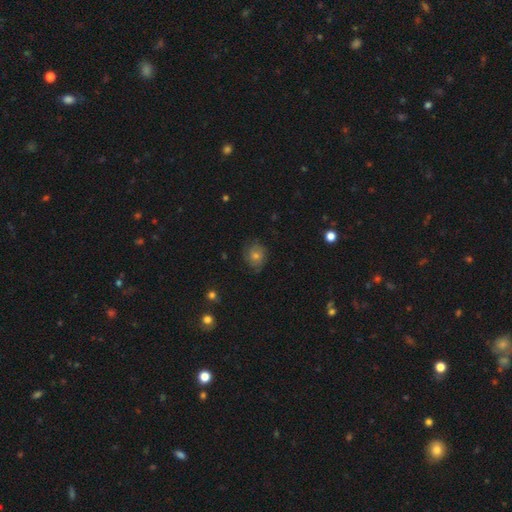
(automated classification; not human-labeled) Q: Smooth or featured?
A: smooth (46%); runner-up: featured or disk (35%)
Q: Merging?
A: none (75%); runner-up: minor disturbance (17%)